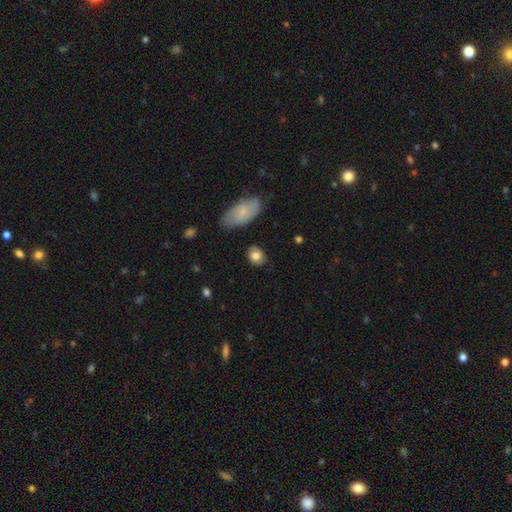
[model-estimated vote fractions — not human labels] Morphology: type=smooth (79%); roundness=in between (50%); merging=none (76%).